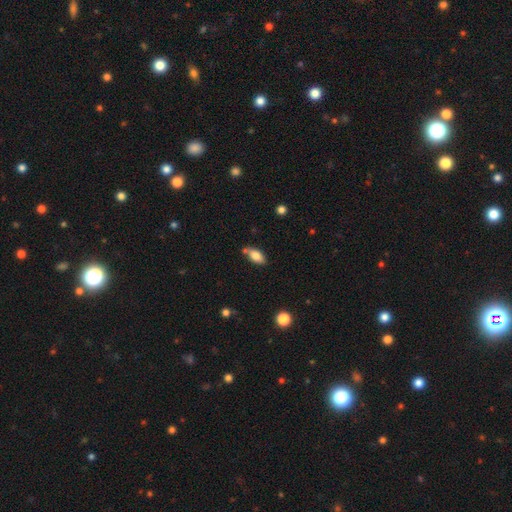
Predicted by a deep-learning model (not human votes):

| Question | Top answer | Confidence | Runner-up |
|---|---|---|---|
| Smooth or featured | smooth | 78% | featured or disk (14%) |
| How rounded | in between | 87% | cigar-shaped (9%) |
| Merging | none | 65% | minor disturbance (20%) |